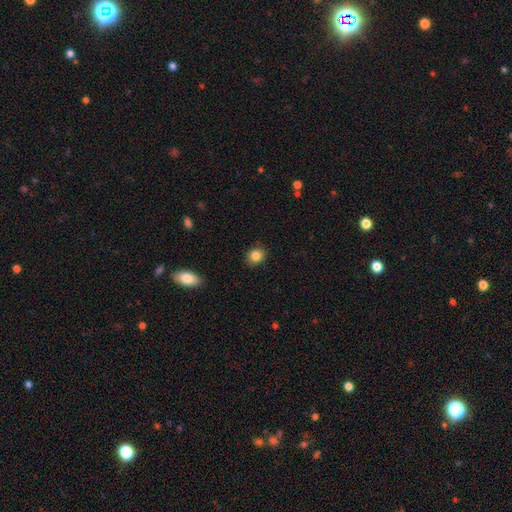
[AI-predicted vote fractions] The model was most divided on "how rounded": round: 71%, in between: 28%, cigar-shaped: 1%. More confident: merging — none (87%); smooth or featured — smooth (85%).